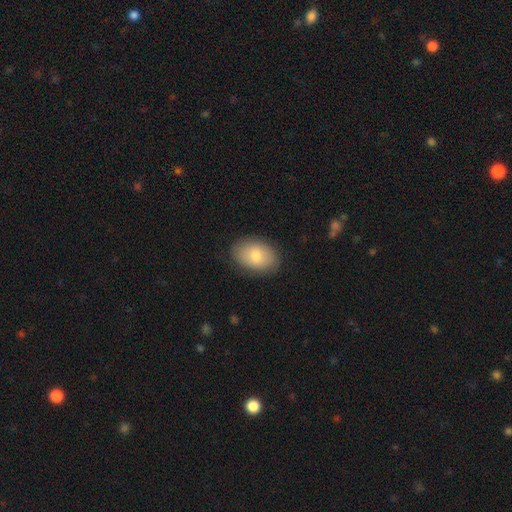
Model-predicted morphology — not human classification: This appears to be a smooth galaxy with no disk features (78%) that is in between round and cigar-shaped (86%). Merging: none (86%).